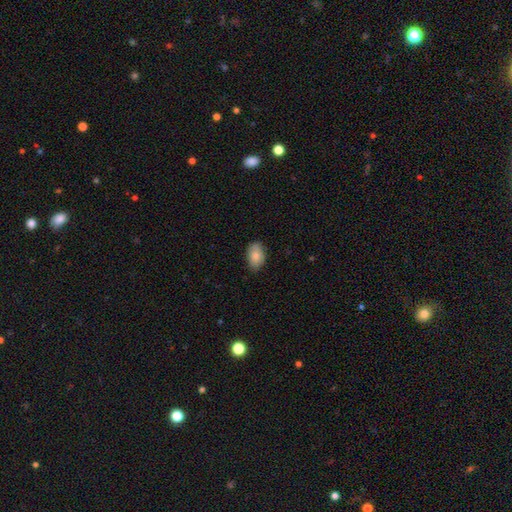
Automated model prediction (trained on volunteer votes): Morphology: type=smooth (82%); roundness=in between (89%); merging=none (82%).